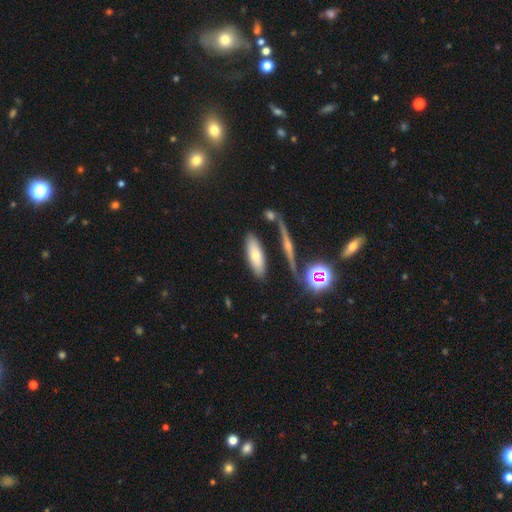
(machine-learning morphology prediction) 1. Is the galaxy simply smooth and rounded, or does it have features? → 65% smooth, 26% featured or disk, 9% star or artifact.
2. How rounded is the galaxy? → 66% in between, 31% cigar-shaped, 3% round.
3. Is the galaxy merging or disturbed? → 77% none, 13% minor disturbance, 7% merger, 4% major disturbance.